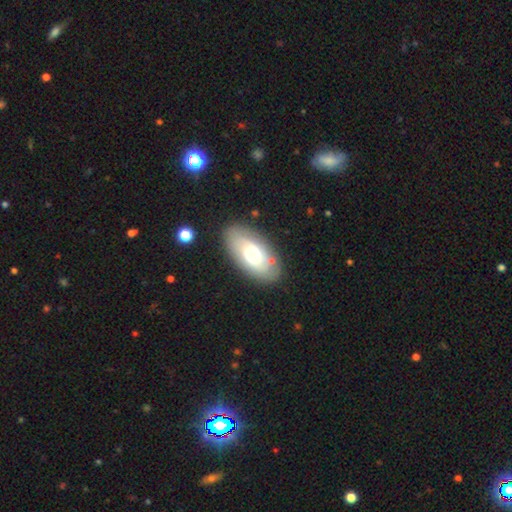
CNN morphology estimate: Overall: smooth (54%; featured or disk 39%). How rounded: in between (92%). Merging: none (79%).